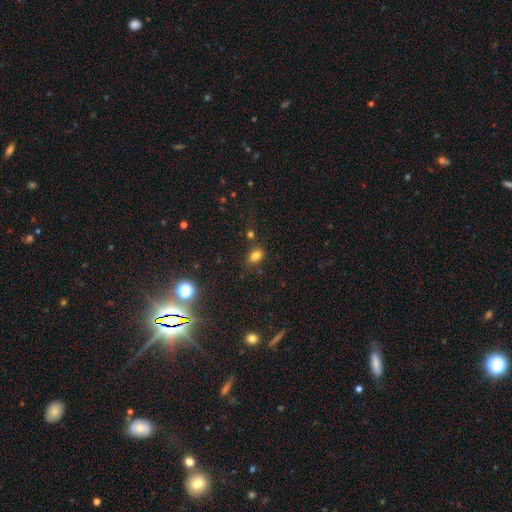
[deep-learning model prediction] A smooth galaxy with no disk features (78%) that is in between round and cigar-shaped (80%).

Vote fractions:
- Smooth or featured? smooth: 78% / star or artifact: 15% / featured or disk: 7%
- How rounded? in between: 80% / round: 17% / cigar-shaped: 3%
- Merging? none: 75% / minor disturbance: 14% / merger: 7% / major disturbance: 4%